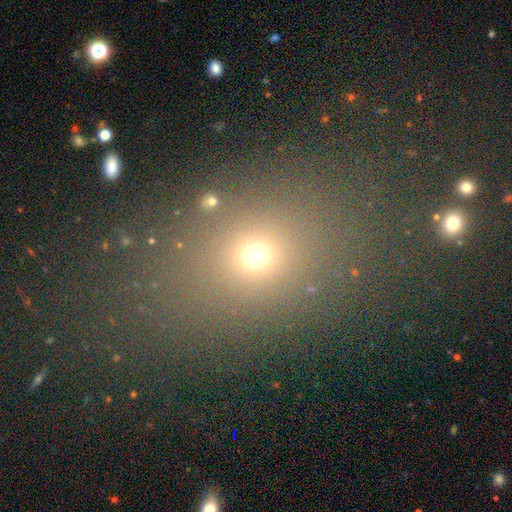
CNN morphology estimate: A smooth galaxy with no disk features (69%) that is round (78%).

Vote fractions:
- Smooth or featured? smooth: 69% / star or artifact: 21% / featured or disk: 10%
- How rounded? round: 78% / in between: 20% / cigar-shaped: 2%
- Merging? none: 69% / merger: 14% / minor disturbance: 10% / major disturbance: 6%